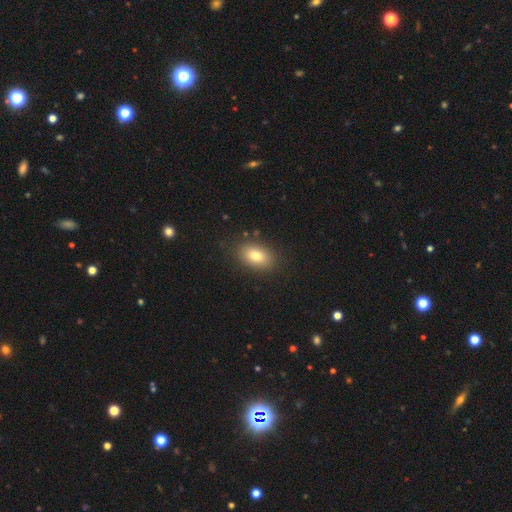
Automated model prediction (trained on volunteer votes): This is clearly a smooth galaxy (81%). How rounded: clearly in between (87%). Merging: clearly none (85%).